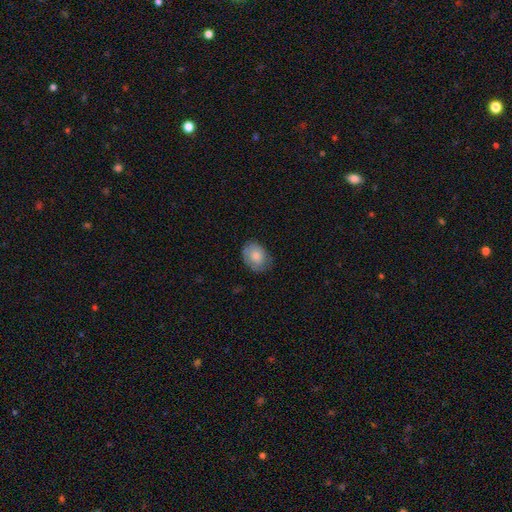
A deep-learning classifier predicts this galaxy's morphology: Smooth or featured? smooth (75%)
How rounded? in between (64%)
Merging? none (71%)